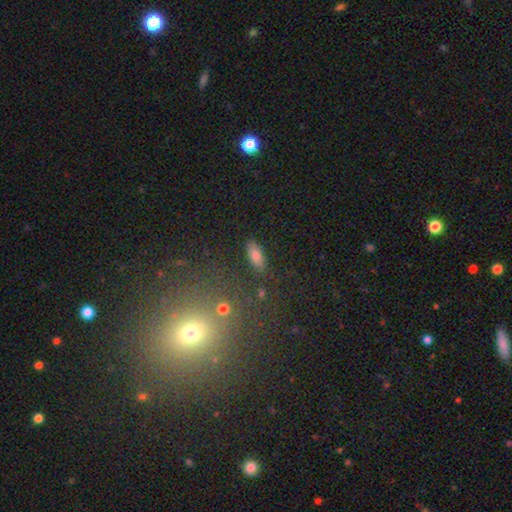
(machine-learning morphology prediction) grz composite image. It shows a smooth galaxy with no disk features (72%) that is in between round and cigar-shaped (71%). Merging: none (86%).